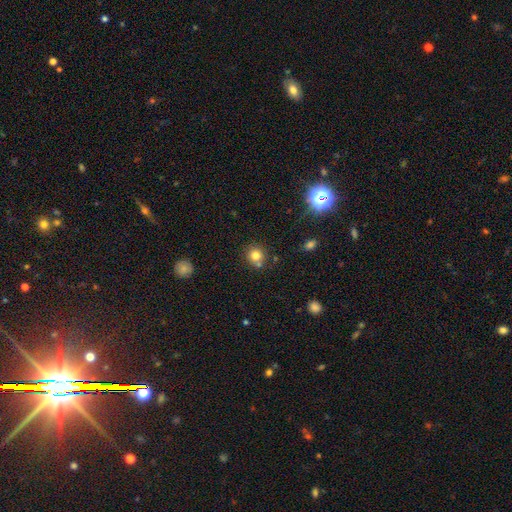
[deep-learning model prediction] Smooth or featured: smooth — 78% (star or artifact — 14%)
How rounded: round — 88% (in between — 11%)
Merging: none — 71% (merger — 15%)